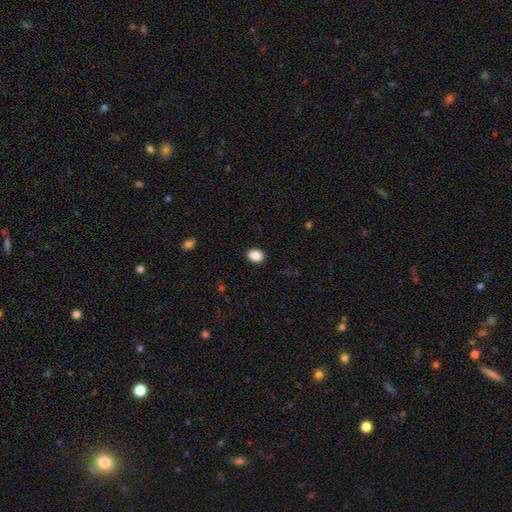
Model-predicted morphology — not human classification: Smooth or featured: smooth — 89% (star or artifact — 8%)
How rounded: in between — 65% (round — 34%)
Merging: none — 91% (minor disturbance — 6%)